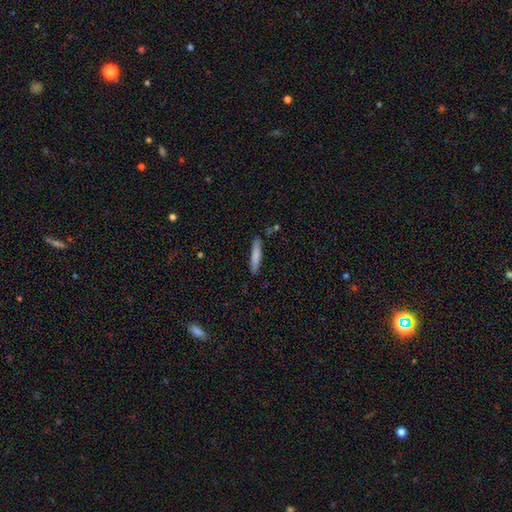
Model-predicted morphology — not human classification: smooth_or_featured: smooth (p=0.77) [alt: featured or disk p=0.17]
how_rounded: cigar-shaped (p=0.90) [alt: in between p=0.08]
merging: none (p=0.86) [alt: minor disturbance p=0.10]